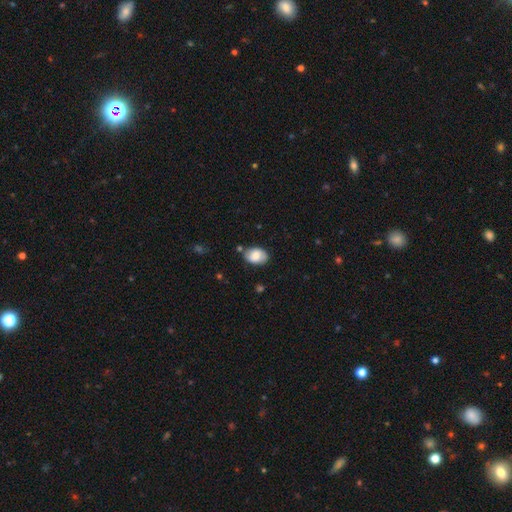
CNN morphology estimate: A smooth galaxy with no disk features (77%) that is in between round and cigar-shaped (84%). Merging: none (74%).